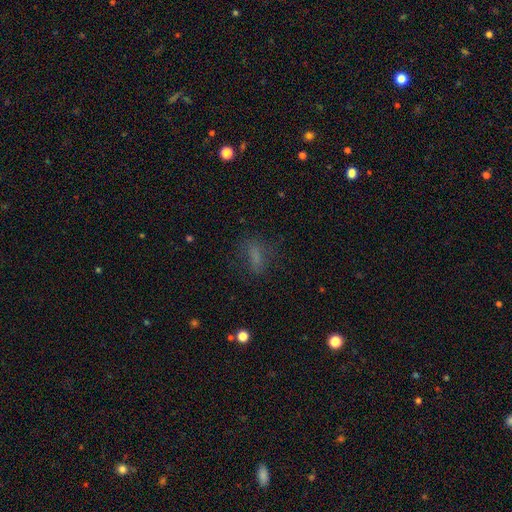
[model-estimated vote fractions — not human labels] Smooth or featured: smooth — 68% (star or artifact — 18%)
How rounded: in between — 63% (cigar-shaped — 29%)
Merging: none — 66% (minor disturbance — 18%)